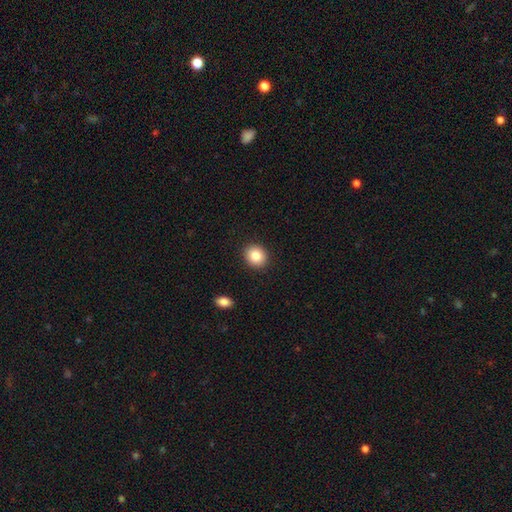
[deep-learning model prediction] This appears to be a smooth galaxy with no disk features (85%) that is round (74%). Merging: none (91%).